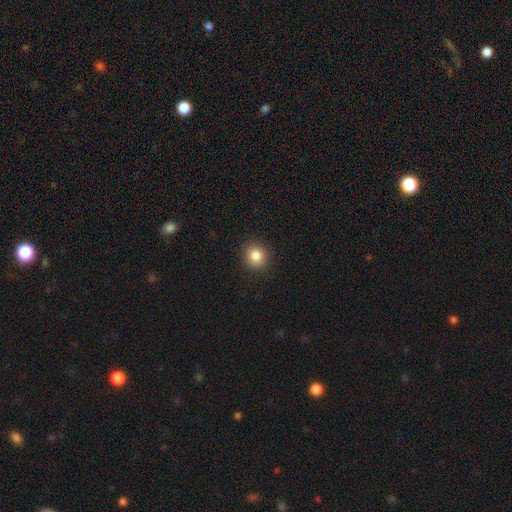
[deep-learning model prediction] The model was most divided on "smooth or featured": smooth: 84%, star or artifact: 10%, featured or disk: 5%. More confident: merging — none (92%); how rounded — round (88%).